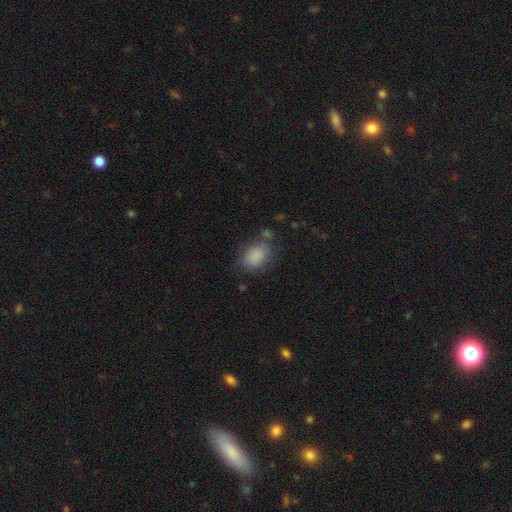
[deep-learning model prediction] Smooth or featured? Predicted: smooth (p=0.85). How rounded? Predicted: in between (p=0.73). Merging? Predicted: none (p=0.65).